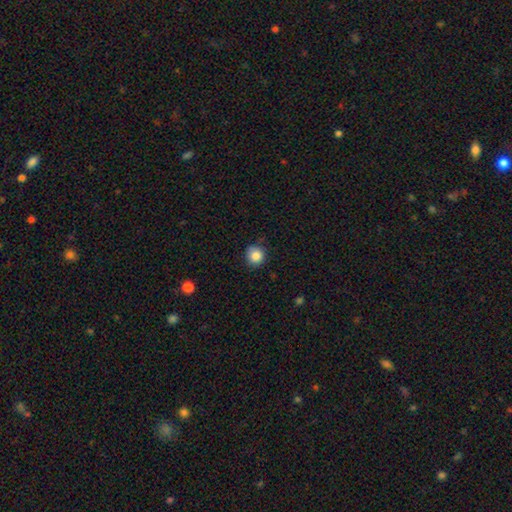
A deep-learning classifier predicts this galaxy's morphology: Overall: smooth (85%). How rounded: round (92%). Merging: none (82%).